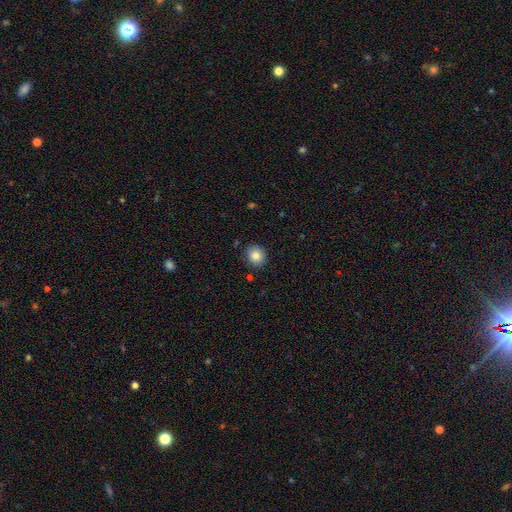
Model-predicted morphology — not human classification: Q: Smooth or featured?
A: smooth (83%); runner-up: star or artifact (9%)
Q: How rounded?
A: round (79%); runner-up: in between (20%)
Q: Merging?
A: none (87%); runner-up: minor disturbance (9%)